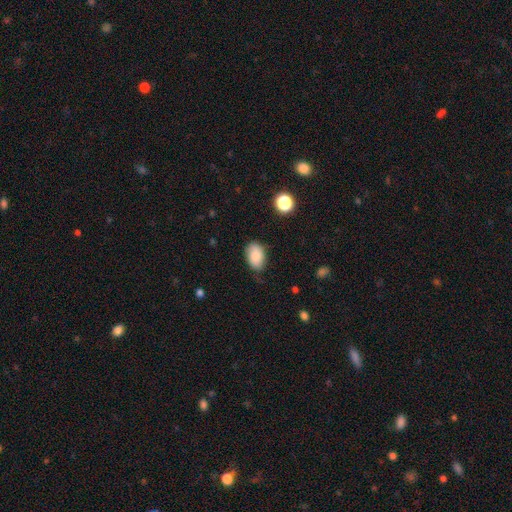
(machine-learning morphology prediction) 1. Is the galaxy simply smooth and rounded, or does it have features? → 85% smooth, 8% star or artifact, 7% featured or disk.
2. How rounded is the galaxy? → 88% in between, 10% round, 1% cigar-shaped.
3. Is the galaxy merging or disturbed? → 71% none, 23% minor disturbance, 4% major disturbance, 2% merger.